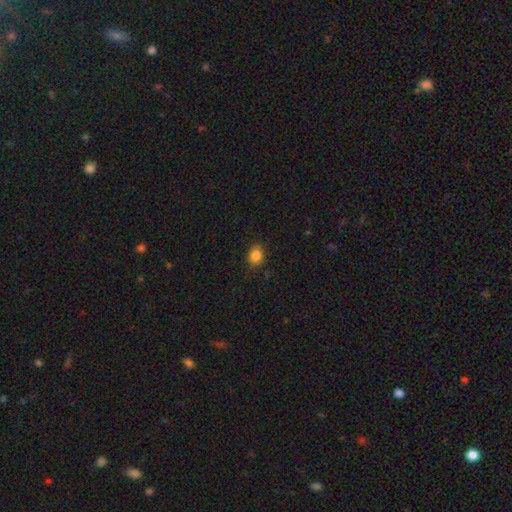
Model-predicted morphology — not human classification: Q: Smooth or featured?
A: smooth (86%); runner-up: star or artifact (10%)
Q: How rounded?
A: in between (52%); runner-up: round (47%)
Q: Merging?
A: none (82%); runner-up: minor disturbance (14%)